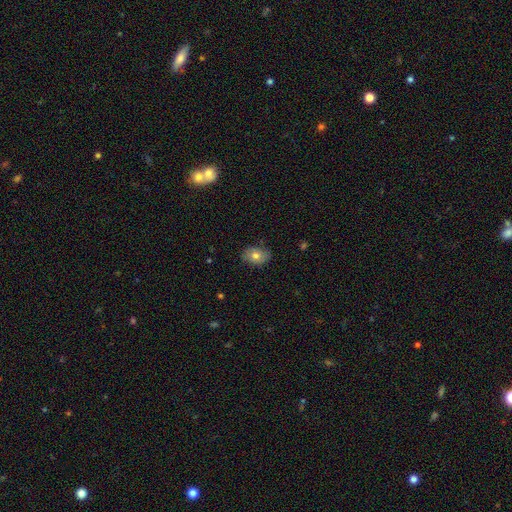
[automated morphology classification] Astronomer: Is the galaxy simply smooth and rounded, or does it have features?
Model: smooth — 73%.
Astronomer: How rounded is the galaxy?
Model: in between — 78%.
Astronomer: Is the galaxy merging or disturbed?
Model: none — 79%.